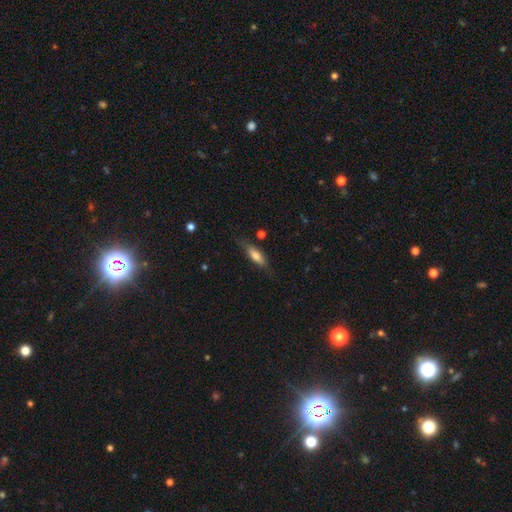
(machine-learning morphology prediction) Smooth or featured? smooth (65%)
How rounded? cigar-shaped (55%)
Merging? none (73%)